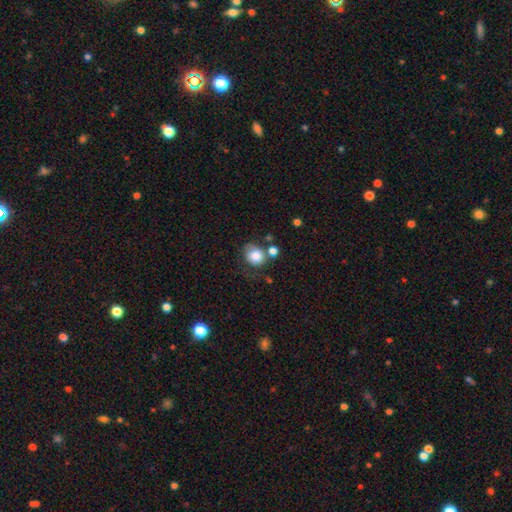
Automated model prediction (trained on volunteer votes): This appears to be a smooth galaxy with no disk features (81%) that is round (68%). Merging: none (49%).